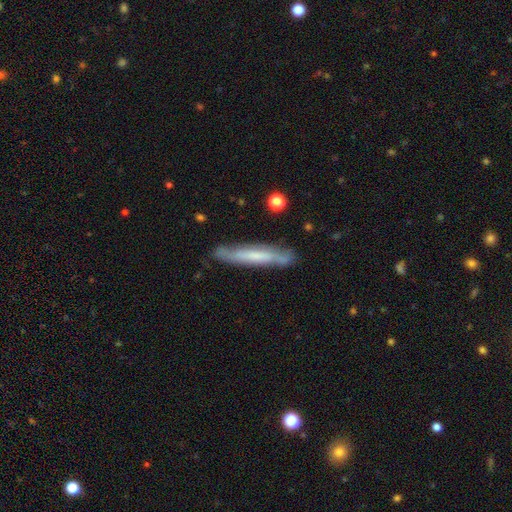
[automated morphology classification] Q: Smooth or featured?
A: featured or disk (50%); runner-up: smooth (44%)
Q: Merging?
A: none (80%); runner-up: minor disturbance (15%)